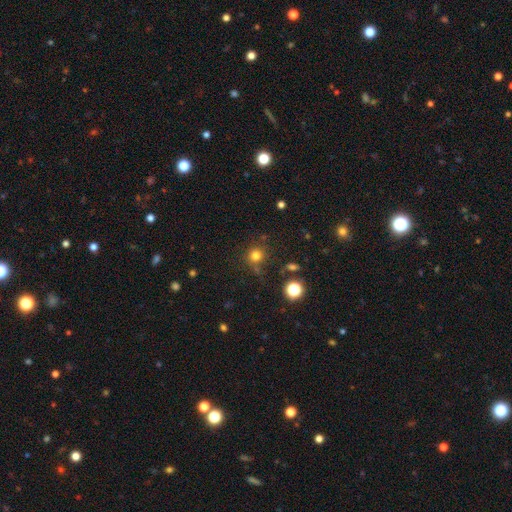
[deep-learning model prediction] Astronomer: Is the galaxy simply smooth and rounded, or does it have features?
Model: smooth — 77%.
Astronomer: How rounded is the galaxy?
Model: round — 91%.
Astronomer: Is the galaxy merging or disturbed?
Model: none — 77%.